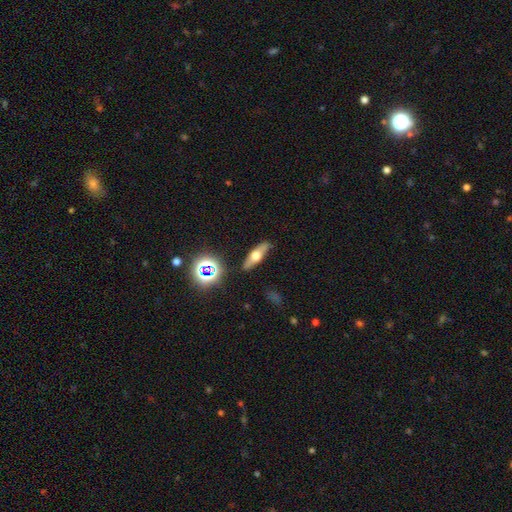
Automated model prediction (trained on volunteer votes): A smooth galaxy with no disk features (46%). Merging: none (84%).